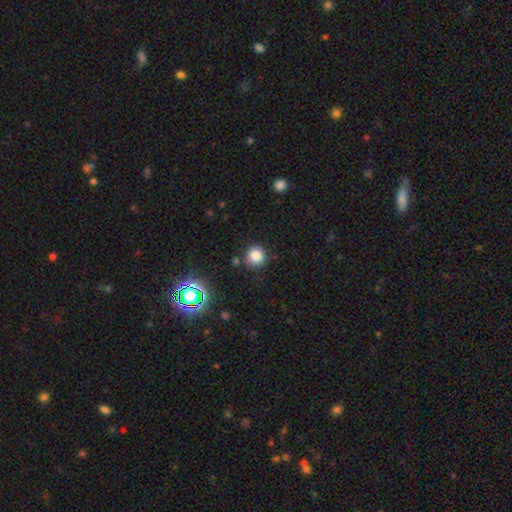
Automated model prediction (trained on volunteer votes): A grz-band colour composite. It shows a smooth galaxy with no disk features (80%) that is round (91%). Merging: none (82%).